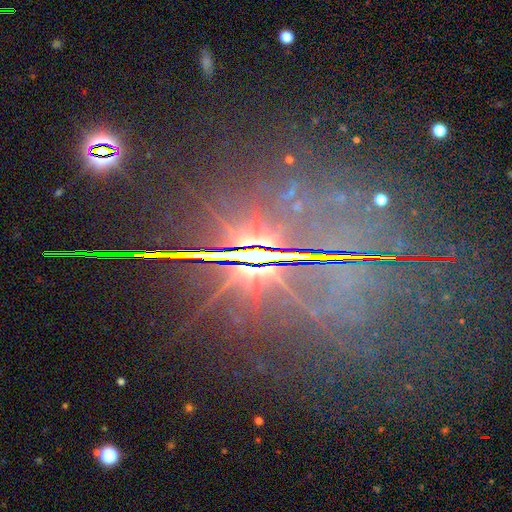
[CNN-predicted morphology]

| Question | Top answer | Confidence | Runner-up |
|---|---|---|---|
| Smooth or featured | star or artifact | 83% | featured or disk (11%) |